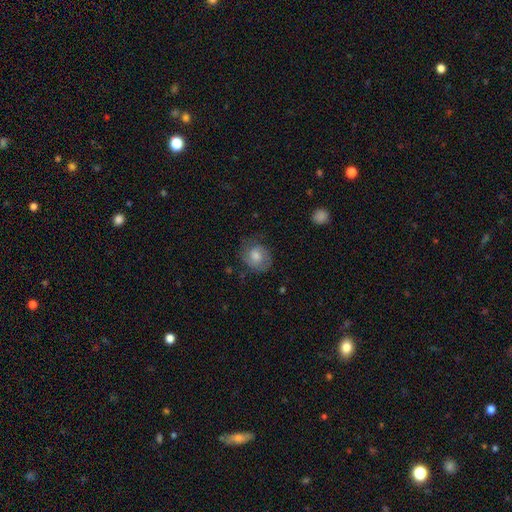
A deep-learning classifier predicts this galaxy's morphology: type=featured or disk (60%); edge-on=no (97%); bar=no (67%); spiral arms=yes (89%); winding=tight (53%); arm count=2 (71%); bulge=moderate (57%); merging=none (75%).